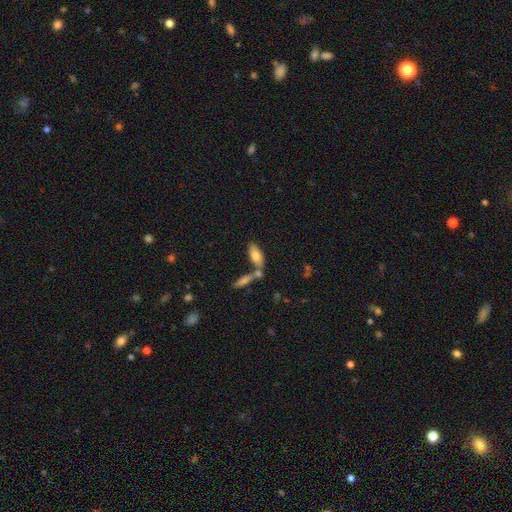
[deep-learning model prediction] smooth_or_featured: smooth (p=0.75) [alt: featured or disk p=0.18]
how_rounded: in between (p=0.75) [alt: cigar-shaped p=0.23]
merging: none (p=0.53) [alt: merger p=0.32]